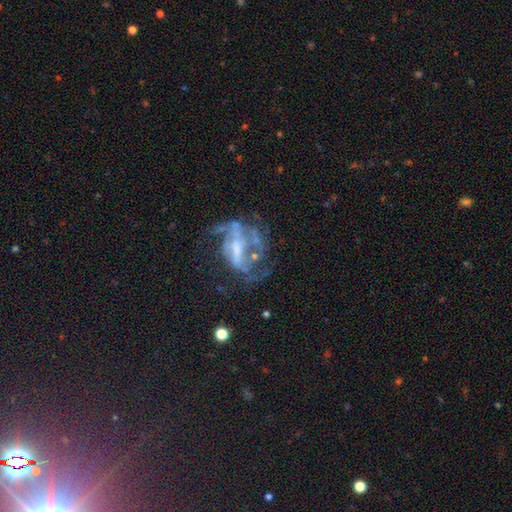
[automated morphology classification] featured or disk 77%, star or artifact 12%, smooth 11%. Down the decision tree: edge-on disk — no (95%); bar — weak (36%); spiral arms — yes (68%); bulge size — small (34%); merging — major disturbance (38%, tied with none).